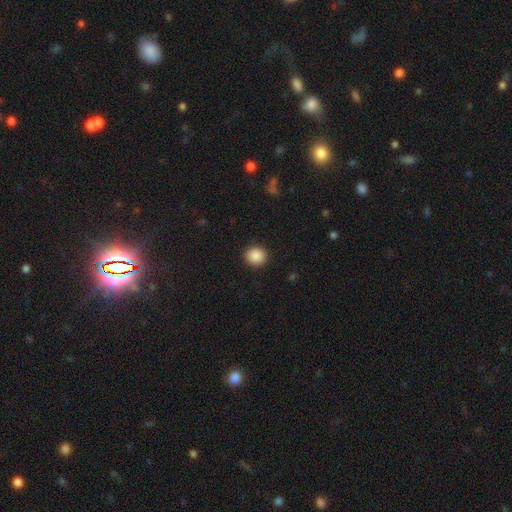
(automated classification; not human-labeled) Smooth or featured?
  - smooth: 88% *
  - star or artifact: 9%
  - featured or disk: 3%
How rounded?
  - round: 89% *
  - in between: 10%
  - cigar-shaped: 1%
Merging?
  - none: 92% *
  - minor disturbance: 5%
  - major disturbance: 2%
  - merger: 1%